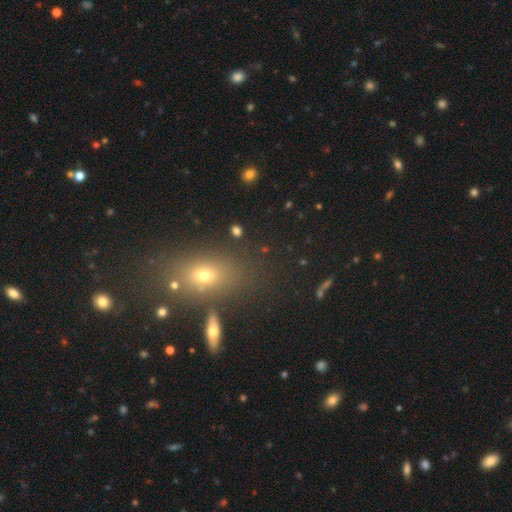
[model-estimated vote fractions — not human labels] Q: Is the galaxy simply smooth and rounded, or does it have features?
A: smooth — 56%.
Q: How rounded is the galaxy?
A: in between — 66%.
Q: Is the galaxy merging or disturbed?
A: none — 78%.